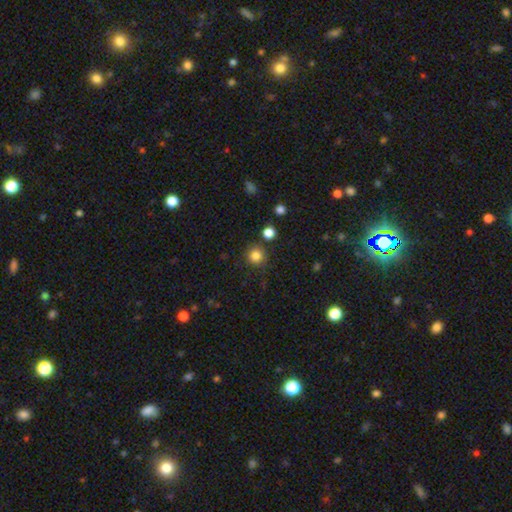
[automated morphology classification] Overall: smooth (83%). How rounded: round (93%). Merging: none (85%).